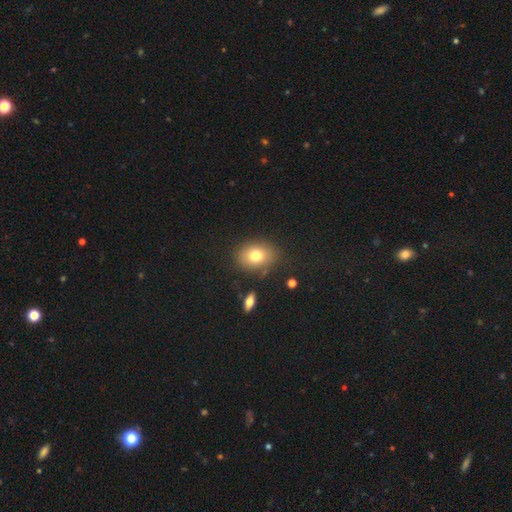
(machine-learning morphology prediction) This is likely a smooth galaxy (76%). How rounded: likely in between (61%). Merging: clearly none (81%).